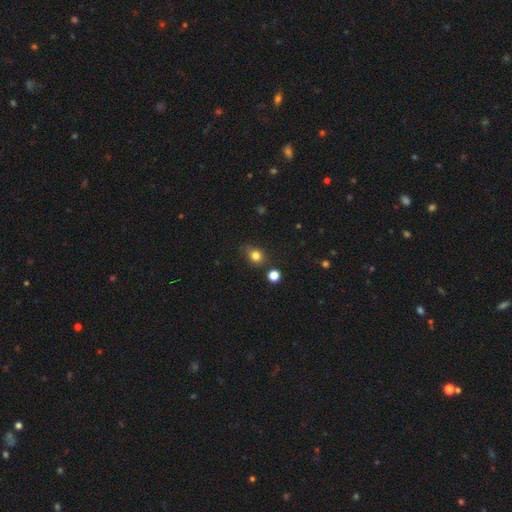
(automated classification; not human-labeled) Smooth or featured: smooth — 80% (star or artifact — 13%)
How rounded: round — 69% (in between — 30%)
Merging: none — 73% (minor disturbance — 18%)